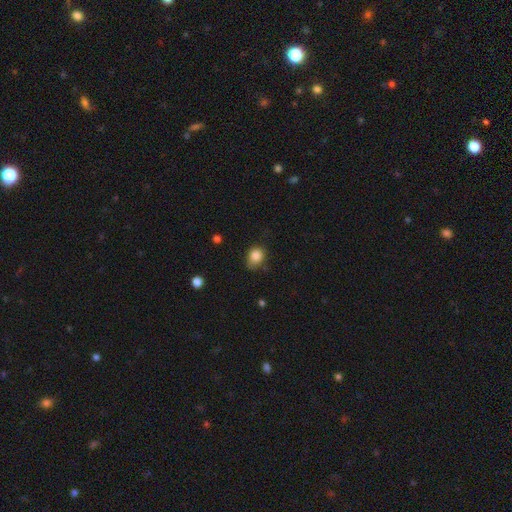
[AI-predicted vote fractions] Smooth or featured?
  - smooth: 84% *
  - star or artifact: 10%
  - featured or disk: 6%
How rounded?
  - round: 56% *
  - in between: 43%
  - cigar-shaped: 1%
Merging?
  - none: 60% *
  - minor disturbance: 31%
  - major disturbance: 7%
  - merger: 2%